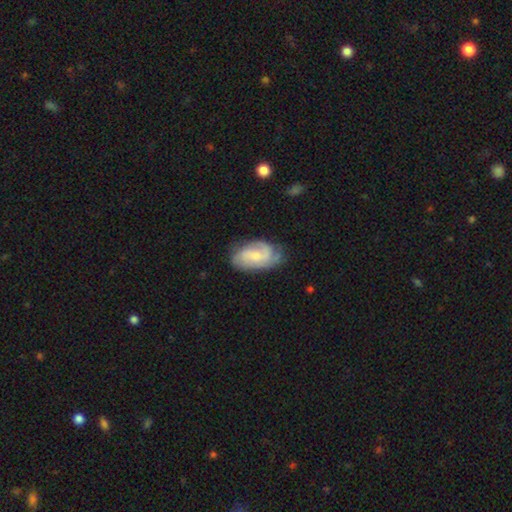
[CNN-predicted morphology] This is likely a featured or disk galaxy (69%). It is clearly not viewed edge-on (96%). Bar: possibly no (49%). Spiral arm pattern: clearly yes (92%). Spiral arm count: marginally 2 (37%). Spiral winding: marginally medium (42%). Central bulge: possibly small (54%). Merging: likely none (63%).